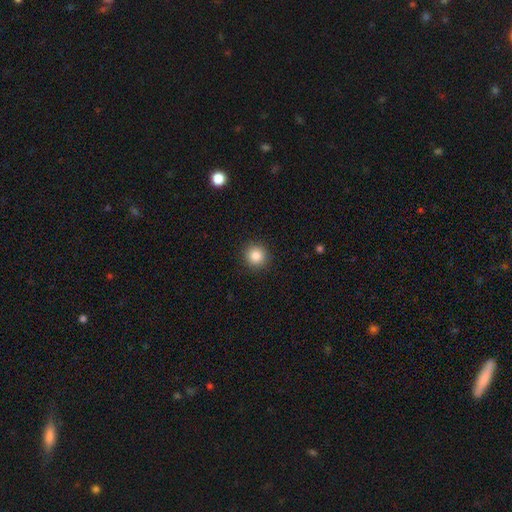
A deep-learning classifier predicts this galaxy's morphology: A smooth galaxy with no disk features (85%) that is round (93%). Merging: none (92%).